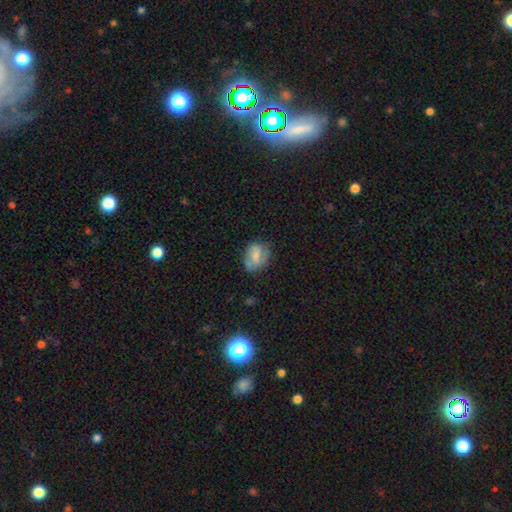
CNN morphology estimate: Smooth or featured?
  - smooth: 66% *
  - featured or disk: 26%
  - star or artifact: 8%
How rounded?
  - in between: 60% *
  - round: 38%
  - cigar-shaped: 1%
Merging?
  - none: 64% *
  - minor disturbance: 26%
  - major disturbance: 9%
  - merger: 2%